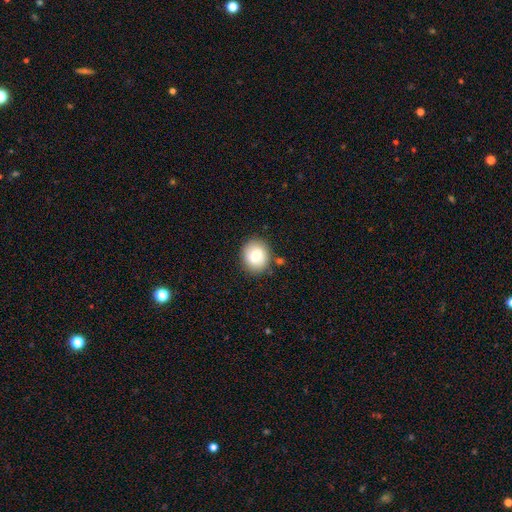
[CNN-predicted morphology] This is likely a smooth galaxy (77%). How rounded: likely round (78%). Merging: clearly none (85%).